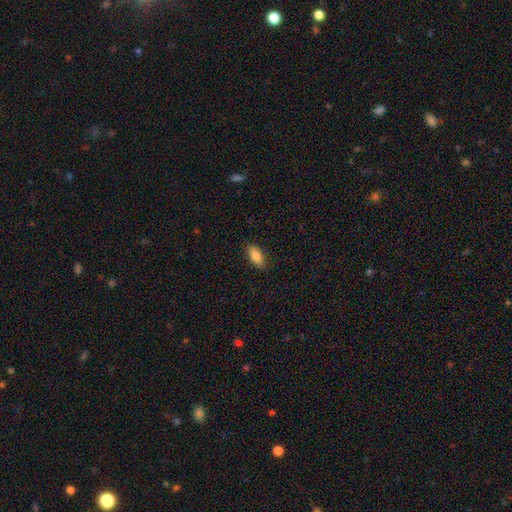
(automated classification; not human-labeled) A smooth galaxy with no disk features (86%) that is in between round and cigar-shaped (88%).

Vote fractions:
- Smooth or featured? smooth: 86% / featured or disk: 8% / star or artifact: 7%
- How rounded? in between: 88% / cigar-shaped: 9% / round: 2%
- Merging? none: 88% / minor disturbance: 9% / major disturbance: 2% / merger: 1%